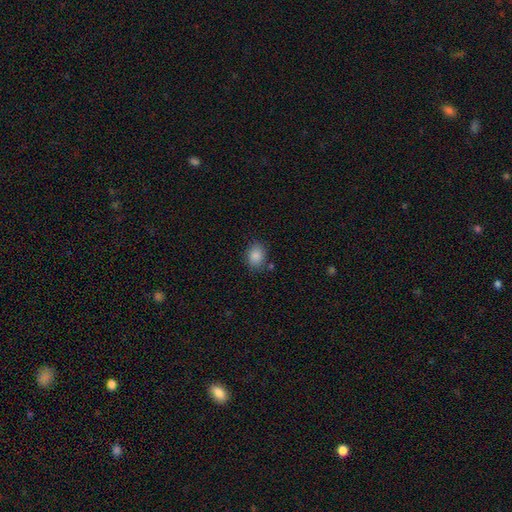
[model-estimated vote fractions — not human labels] Smooth or featured? Predicted: smooth (p=0.87). How rounded? Predicted: in between (p=0.60). Merging? Predicted: none (p=0.80).